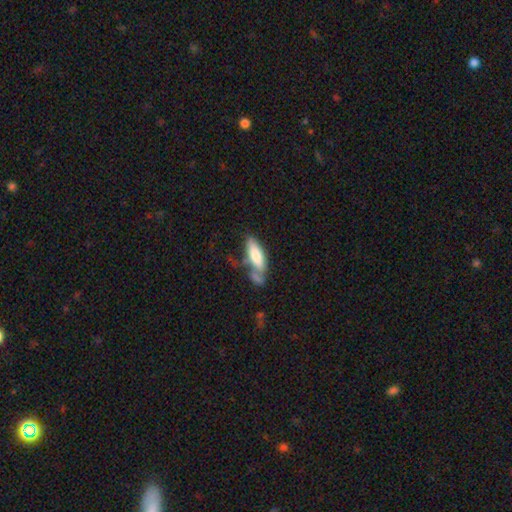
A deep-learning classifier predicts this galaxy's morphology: This is likely a smooth galaxy (72%). How rounded: possibly in between (57%). Merging: marginally none (36%).